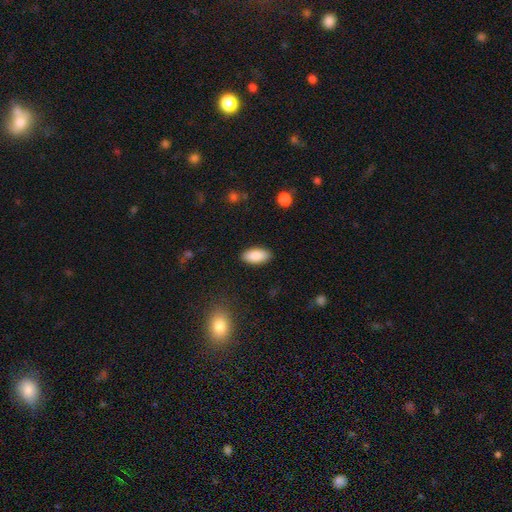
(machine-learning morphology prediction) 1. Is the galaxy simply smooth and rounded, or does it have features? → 88% smooth, 6% star or artifact, 6% featured or disk.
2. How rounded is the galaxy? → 92% in between, 6% cigar-shaped, 2% round.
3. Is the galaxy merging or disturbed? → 89% none, 8% minor disturbance, 2% major disturbance, 1% merger.